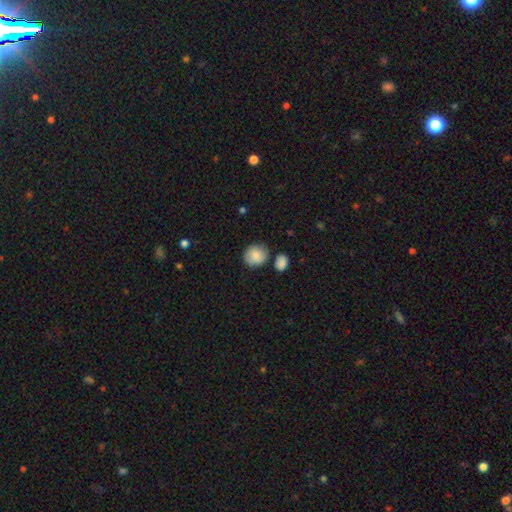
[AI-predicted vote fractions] smooth 85%, featured or disk 8%, star or artifact 7%. Down the decision tree: how rounded — round (78%); merging — none (73%).